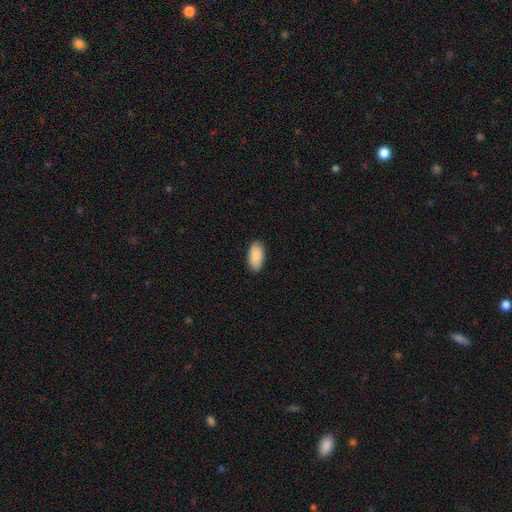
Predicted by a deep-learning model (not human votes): Q: Smooth or featured?
A: smooth (89%); runner-up: star or artifact (6%)
Q: How rounded?
A: in between (95%); runner-up: cigar-shaped (3%)
Q: Merging?
A: none (88%); runner-up: minor disturbance (9%)